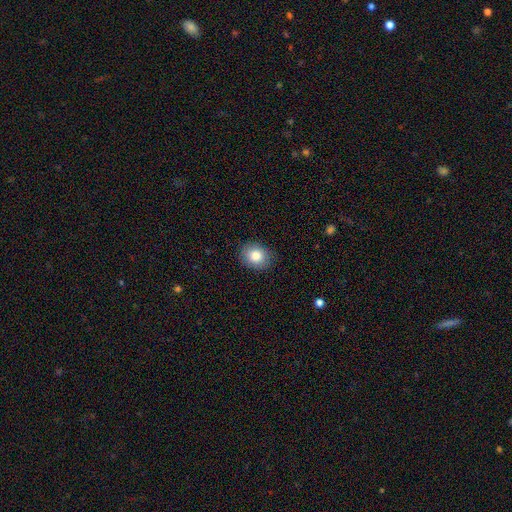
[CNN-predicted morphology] Smooth or featured? Predicted: smooth (p=0.83). How rounded? Predicted: round (p=0.51). Merging? Predicted: none (p=0.87).